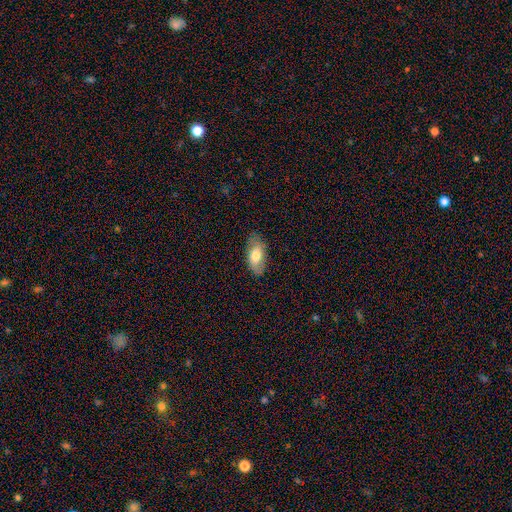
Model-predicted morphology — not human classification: Smooth or featured?
  - smooth: 70% *
  - featured or disk: 24%
  - star or artifact: 6%
How rounded?
  - in between: 89% *
  - cigar-shaped: 8%
  - round: 3%
Merging?
  - none: 80% *
  - minor disturbance: 16%
  - major disturbance: 3%
  - merger: 1%